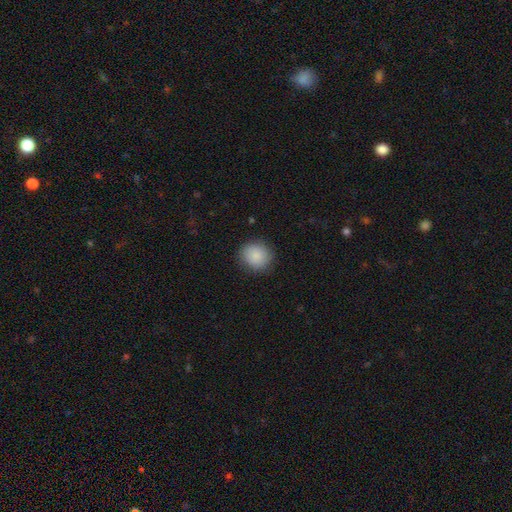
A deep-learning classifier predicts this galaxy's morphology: smooth 88%, star or artifact 8%, featured or disk 5%. Down the decision tree: how rounded — round (84%); merging — none (86%).